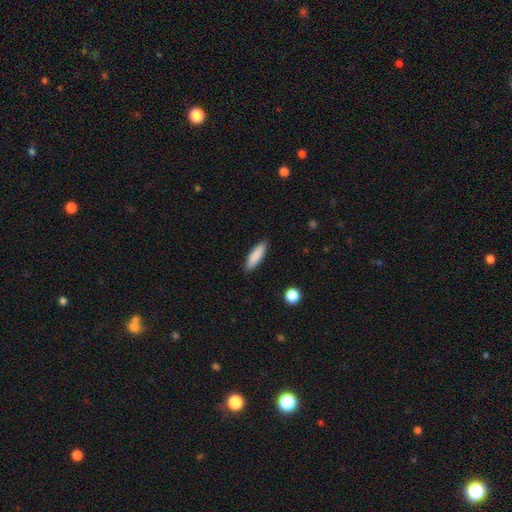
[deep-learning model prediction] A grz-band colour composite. It shows a smooth galaxy with no disk features (87%) that is cigar-shaped (62%). Merging: none (89%).